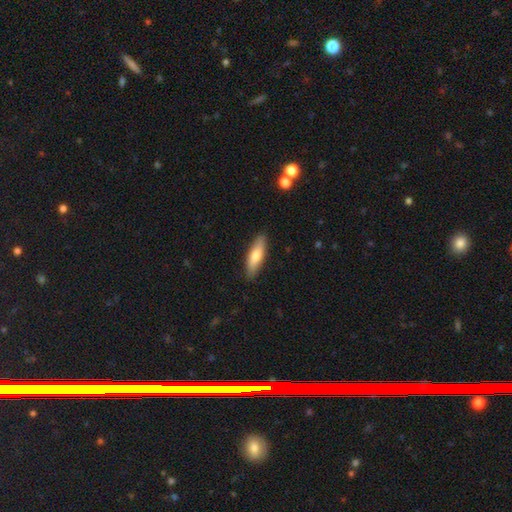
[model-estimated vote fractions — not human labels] smooth_or_featured: smooth (p=0.72) [alt: featured or disk p=0.23]
how_rounded: cigar-shaped (p=0.53) [alt: in between p=0.46]
merging: none (p=0.87) [alt: minor disturbance p=0.10]